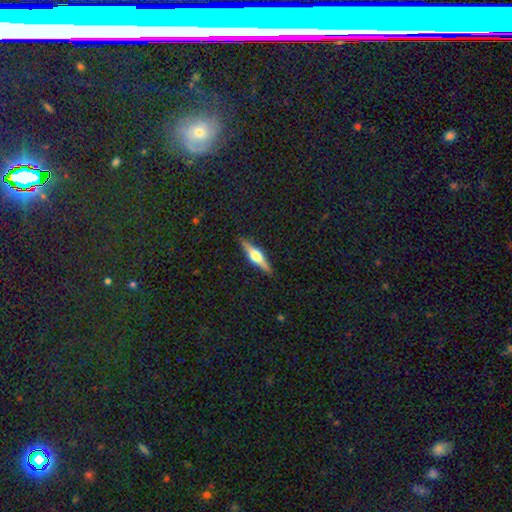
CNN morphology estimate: The model was most divided on "smooth or featured": featured or disk: 73%, smooth: 21%, star or artifact: 6%. More confident: edge-on disk — yes (97%); edge-on bulge — rounded (93%); merging — none (90%).